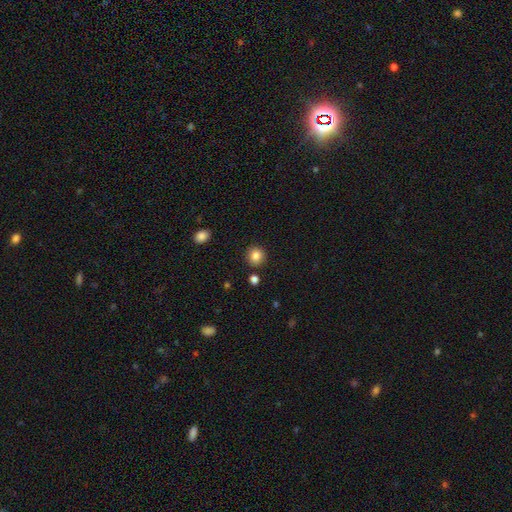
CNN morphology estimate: Smooth or featured? Predicted: smooth (p=0.84). How rounded? Predicted: round (p=0.91). Merging? Predicted: none (p=0.89).